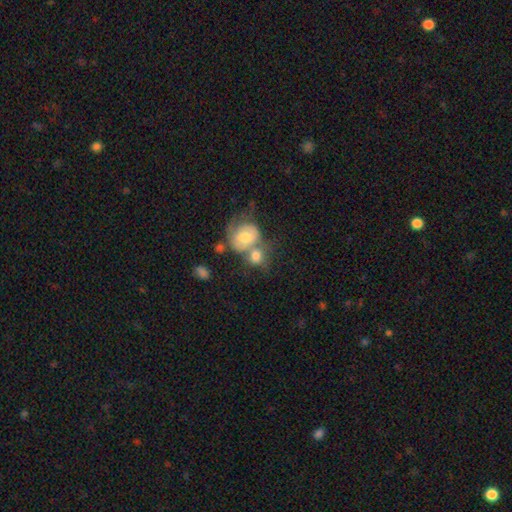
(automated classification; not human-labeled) A smooth galaxy with no disk features (63%) that is round (65%). Merging: merger (59%).